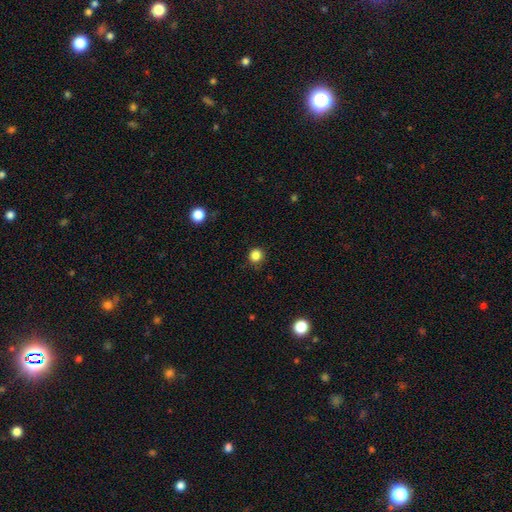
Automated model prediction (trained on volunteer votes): The model was most divided on "smooth or featured": smooth: 85%, star or artifact: 12%, featured or disk: 3%. More confident: how rounded — round (91%); merging — none (89%).